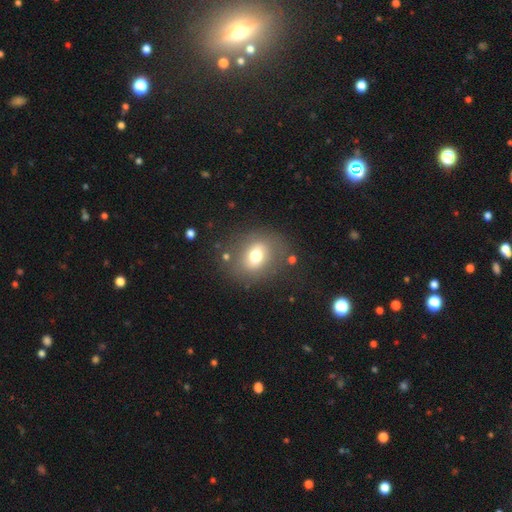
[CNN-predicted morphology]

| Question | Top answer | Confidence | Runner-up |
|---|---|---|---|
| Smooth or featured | smooth | 65% | featured or disk (24%) |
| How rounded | round | 56% | in between (43%) |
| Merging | none | 75% | minor disturbance (14%) |